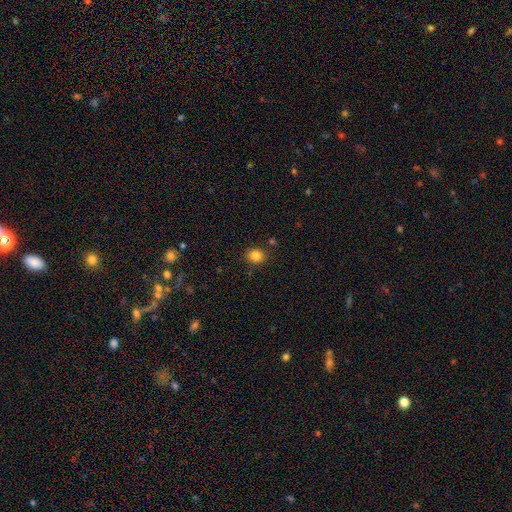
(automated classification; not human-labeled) smooth_or_featured: smooth (p=0.83) [alt: star or artifact p=0.11]
how_rounded: round (p=0.70) [alt: in between p=0.29]
merging: none (p=0.85) [alt: minor disturbance p=0.09]